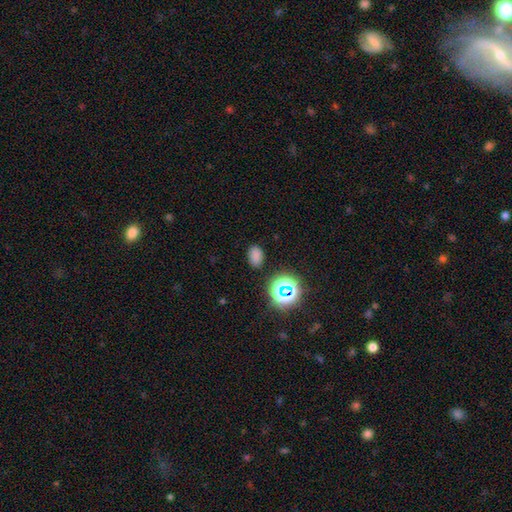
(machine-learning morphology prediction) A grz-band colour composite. It shows a smooth galaxy with no disk features (73%) that is in between round and cigar-shaped (80%). Merging: none (84%).